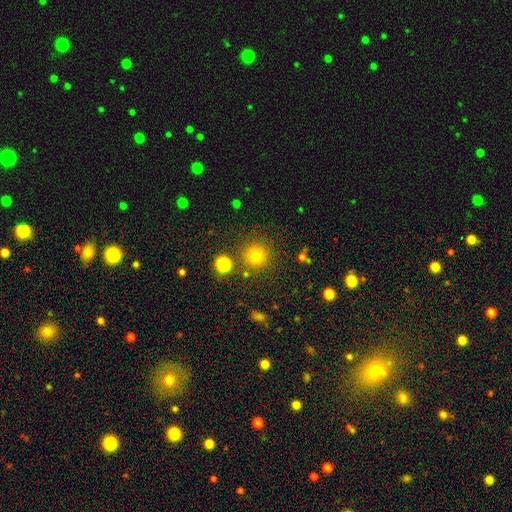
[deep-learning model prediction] Smooth or featured?
  - smooth: 79% *
  - star or artifact: 15%
  - featured or disk: 6%
How rounded?
  - round: 94% *
  - in between: 5%
  - cigar-shaped: 1%
Merging?
  - none: 85% *
  - minor disturbance: 7%
  - merger: 5%
  - major disturbance: 3%